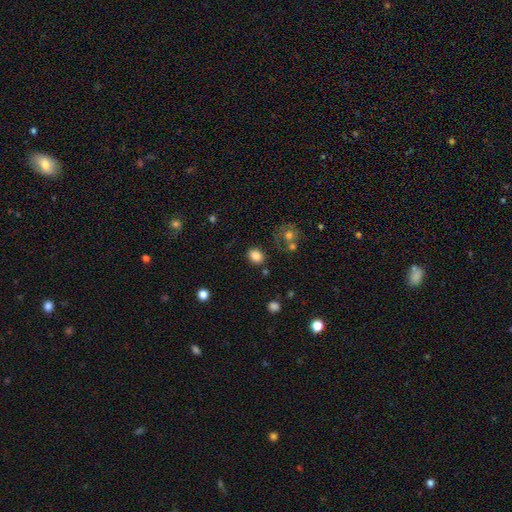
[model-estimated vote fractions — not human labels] Smooth or featured?
  - smooth: 84% *
  - star or artifact: 10%
  - featured or disk: 6%
How rounded?
  - round: 52% *
  - in between: 47%
  - cigar-shaped: 1%
Merging?
  - none: 80% *
  - minor disturbance: 12%
  - merger: 5%
  - major disturbance: 4%